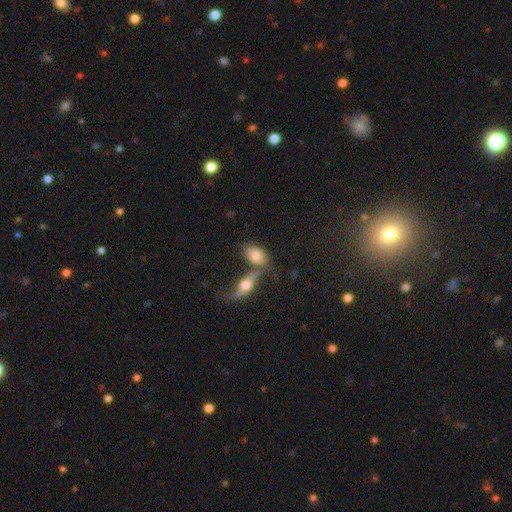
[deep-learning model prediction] Morphology: type=smooth (72%); roundness=in between (89%); merging=none (42%).